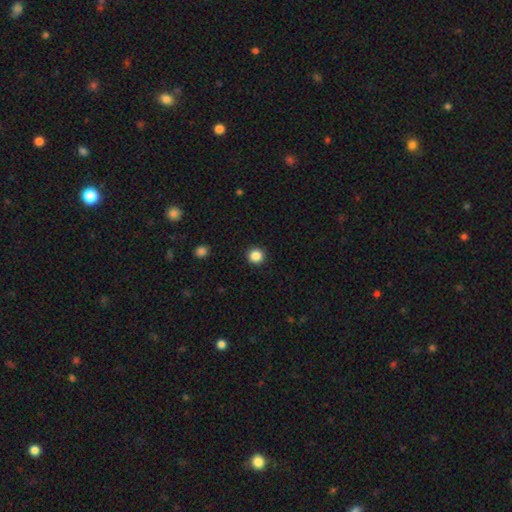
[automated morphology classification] This appears to be a smooth galaxy with no disk features (86%) that is round (95%). Merging: none (93%).